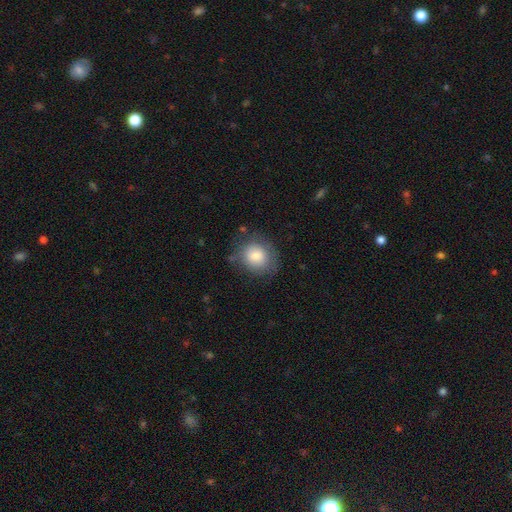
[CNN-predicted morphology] Overall: smooth (79%). How rounded: round (71%). Merging: none (74%).